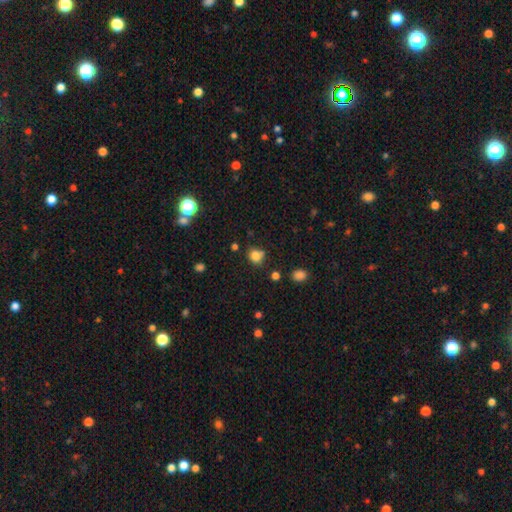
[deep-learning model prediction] Q: Smooth or featured?
A: smooth (80%); runner-up: star or artifact (14%)
Q: How rounded?
A: round (77%); runner-up: in between (22%)
Q: Merging?
A: none (65%); runner-up: minor disturbance (16%)